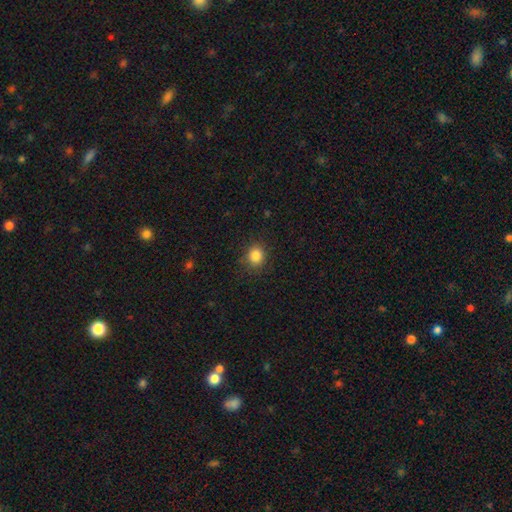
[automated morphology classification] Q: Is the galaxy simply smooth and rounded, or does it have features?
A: smooth — 84%.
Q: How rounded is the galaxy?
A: round — 76%.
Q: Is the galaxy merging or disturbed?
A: none — 85%.